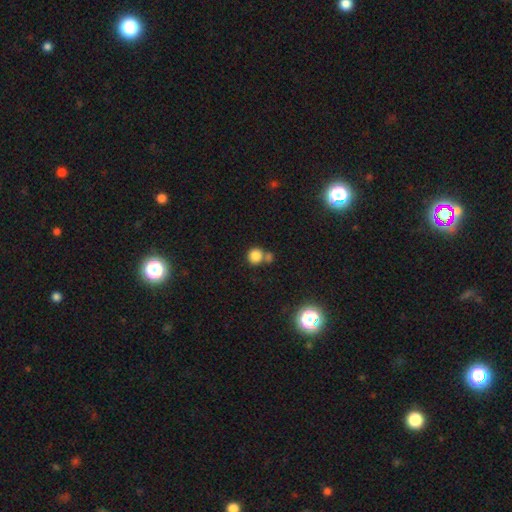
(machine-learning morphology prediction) Smooth or featured? Predicted: smooth (p=0.83). How rounded? Predicted: round (p=0.90). Merging? Predicted: none (p=0.55).